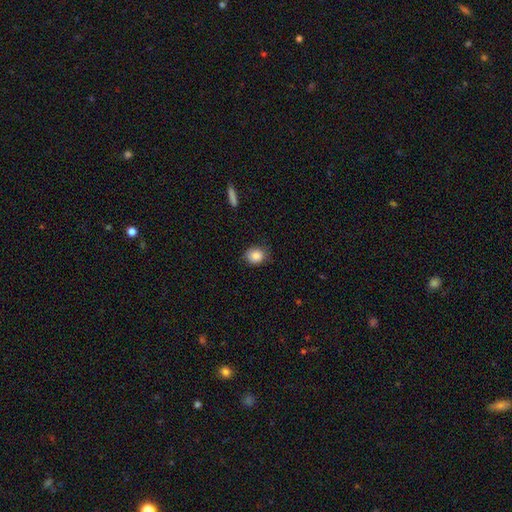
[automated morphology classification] smooth_or_featured: smooth (p=0.86) [alt: star or artifact p=0.09]
how_rounded: round (p=0.71) [alt: in between p=0.28]
merging: none (p=0.78) [alt: minor disturbance p=0.17]